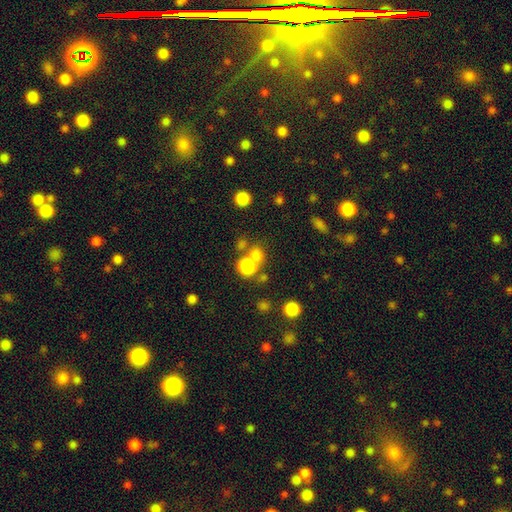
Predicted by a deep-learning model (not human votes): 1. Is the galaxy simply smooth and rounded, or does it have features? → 73% smooth, 17% star or artifact, 9% featured or disk.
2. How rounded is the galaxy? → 84% round, 15% in between, 1% cigar-shaped.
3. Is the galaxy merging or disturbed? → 52% none, 36% merger, 7% minor disturbance, 4% major disturbance.